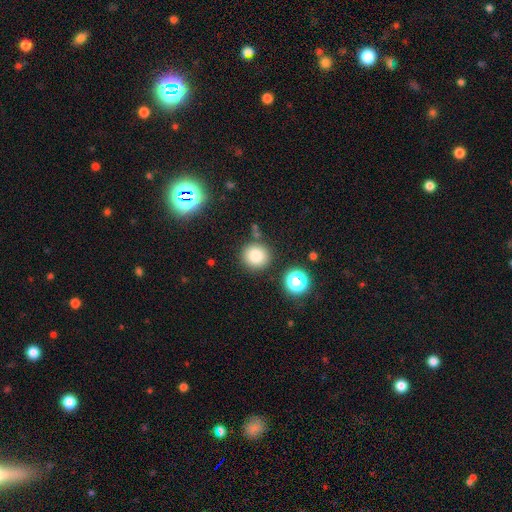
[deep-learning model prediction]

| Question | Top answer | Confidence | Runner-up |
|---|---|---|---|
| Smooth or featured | smooth | 82% | star or artifact (12%) |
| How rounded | round | 91% | in between (8%) |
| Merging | none | 84% | minor disturbance (9%) |